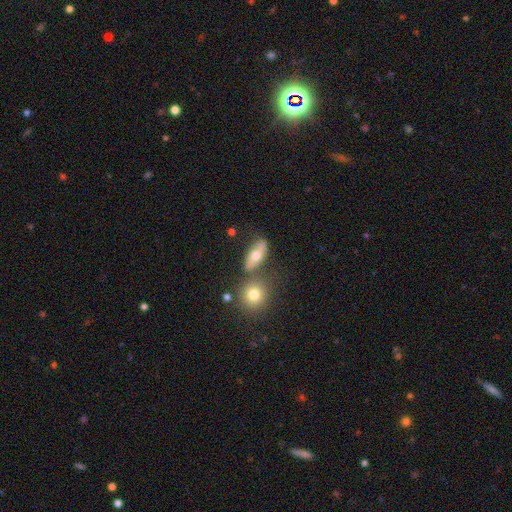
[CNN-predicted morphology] Smooth or featured: smooth — 55% (featured or disk — 35%)
How rounded: in between — 62% (cigar-shaped — 23%)
Merging: none — 64% (merger — 16%)